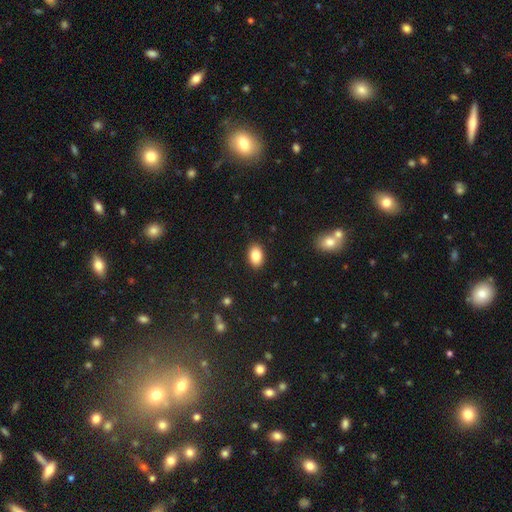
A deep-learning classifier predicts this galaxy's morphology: Q: Smooth or featured?
A: smooth (85%); runner-up: star or artifact (8%)
Q: How rounded?
A: in between (88%); runner-up: round (11%)
Q: Merging?
A: none (89%); runner-up: minor disturbance (8%)